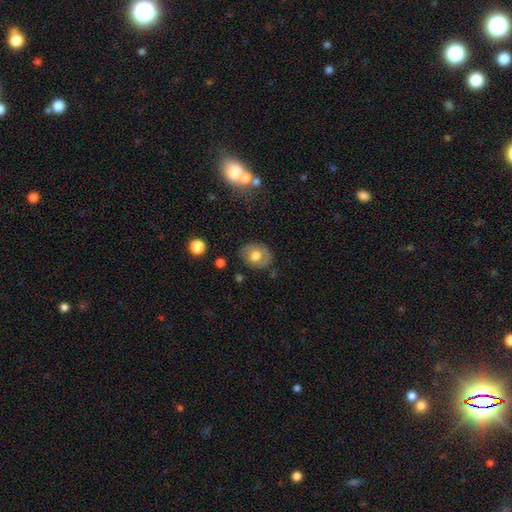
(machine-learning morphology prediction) Q: Smooth or featured?
A: smooth (67%); runner-up: featured or disk (24%)
Q: How rounded?
A: round (52%); runner-up: in between (47%)
Q: Merging?
A: none (79%); runner-up: minor disturbance (15%)